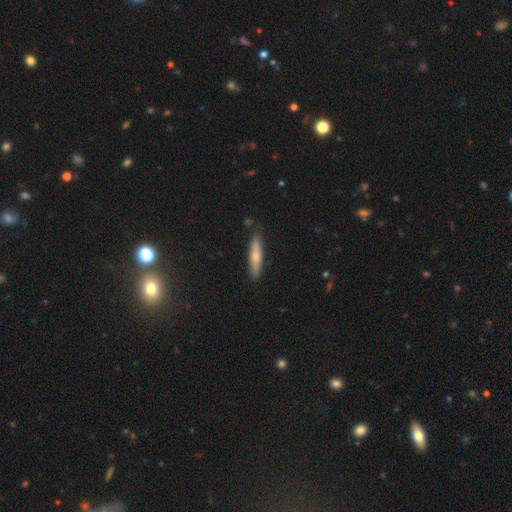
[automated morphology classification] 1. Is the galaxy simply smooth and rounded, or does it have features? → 67% smooth, 28% featured or disk, 6% star or artifact.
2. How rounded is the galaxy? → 86% cigar-shaped, 13% in between, 2% round.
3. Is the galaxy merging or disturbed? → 84% none, 12% minor disturbance, 2% major disturbance, 2% merger.